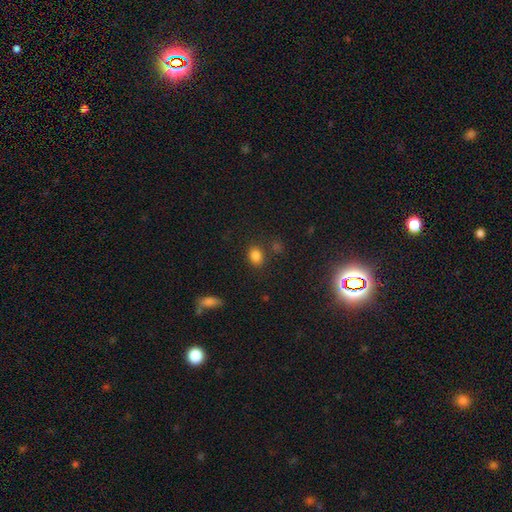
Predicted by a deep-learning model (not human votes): smooth_or_featured: smooth (p=0.82) [alt: star or artifact p=0.13]
how_rounded: in between (p=0.57) [alt: round p=0.41]
merging: none (p=0.77) [alt: minor disturbance p=0.12]